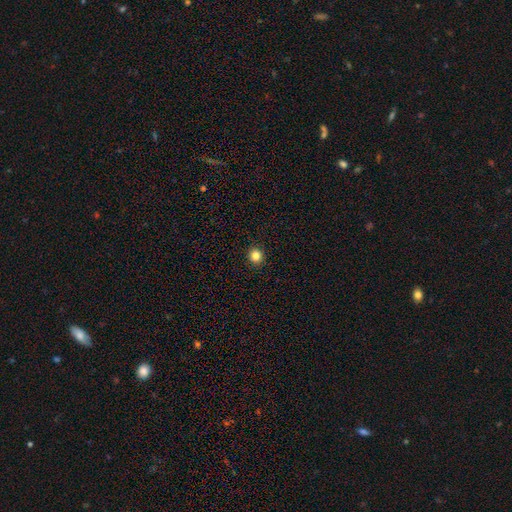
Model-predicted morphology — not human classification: type=smooth (84%); roundness=round (92%); merging=none (93%).